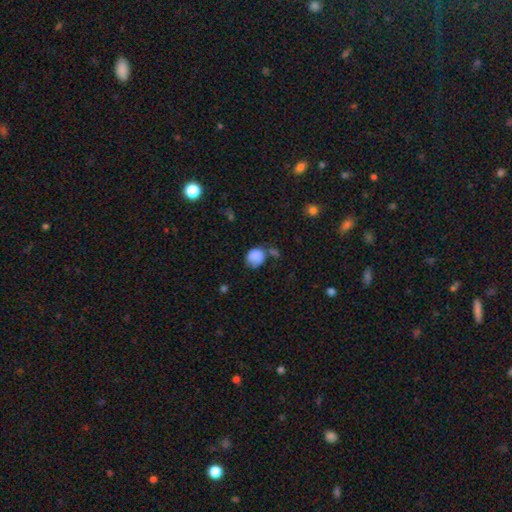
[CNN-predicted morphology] smooth-or-featured: smooth: 82% | featured or disk: 10% | star or artifact: 9%
  how-rounded: round: 61% | in between: 38% | cigar-shaped: 1%
  merging: none: 39% | minor disturbance: 33% | major disturbance: 16% | merger: 12%